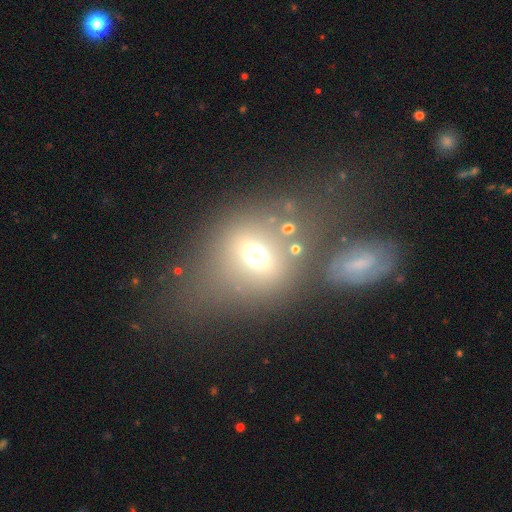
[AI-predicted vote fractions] smooth 58%, featured or disk 25%, star or artifact 16%. Down the decision tree: how rounded — in between (54%); merging — none (51%).